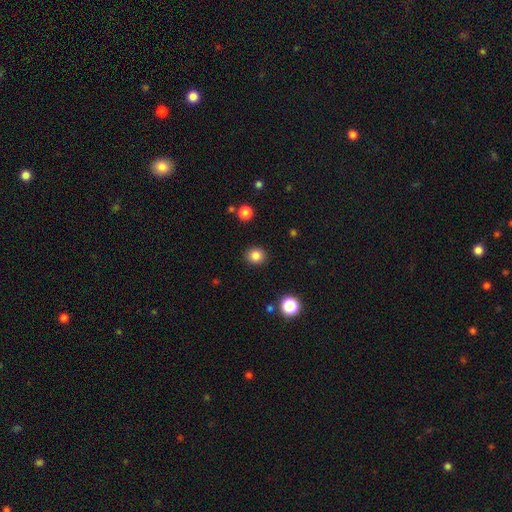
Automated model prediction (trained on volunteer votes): A smooth galaxy with no disk features (84%) that is round (79%).

Vote fractions:
- Smooth or featured? smooth: 84% / star or artifact: 11% / featured or disk: 5%
- How rounded? round: 79% / in between: 20% / cigar-shaped: 1%
- Merging? none: 90% / minor disturbance: 7% / major disturbance: 2% / merger: 1%